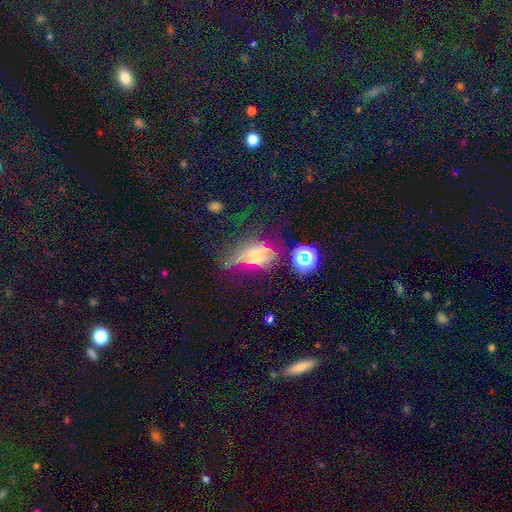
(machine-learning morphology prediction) A featured or disk galaxy (37%). Merging: none (36%).